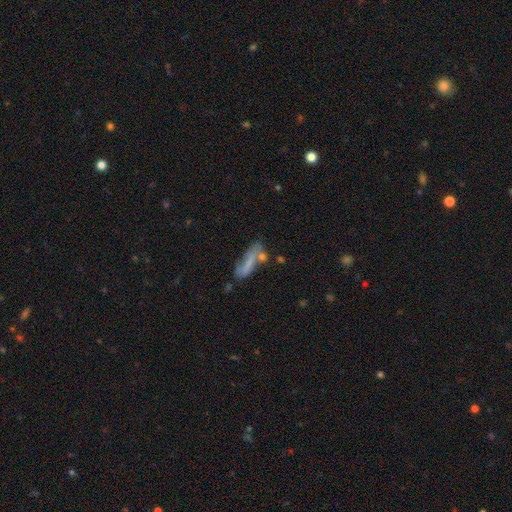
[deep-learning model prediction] Overall: smooth (65%; featured or disk 25%). How rounded: cigar-shaped (54%; in between 43%). Merging: none (40%; minor disturbance 24%).